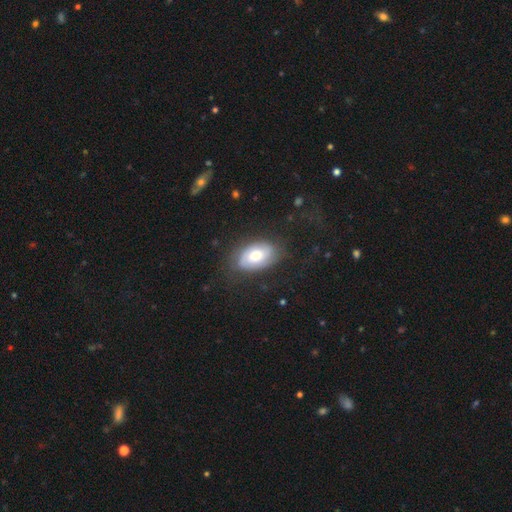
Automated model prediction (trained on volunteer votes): Smooth or featured? featured or disk (49%)
Merging? none (73%)